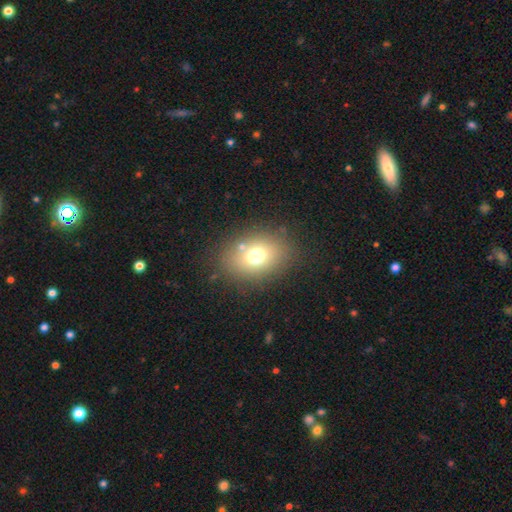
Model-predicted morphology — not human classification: Smooth or featured? smooth (70%)
How rounded? in between (53%)
Merging? none (81%)